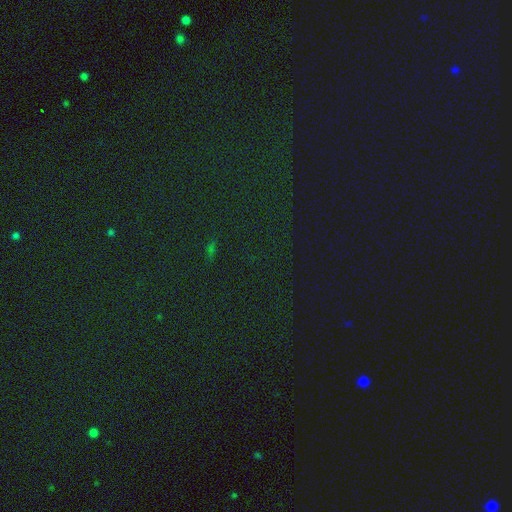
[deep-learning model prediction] A star or artifact, not a galaxy (83%).

Vote fractions:
- Smooth or featured? star or artifact: 83% / smooth: 11% / featured or disk: 6%